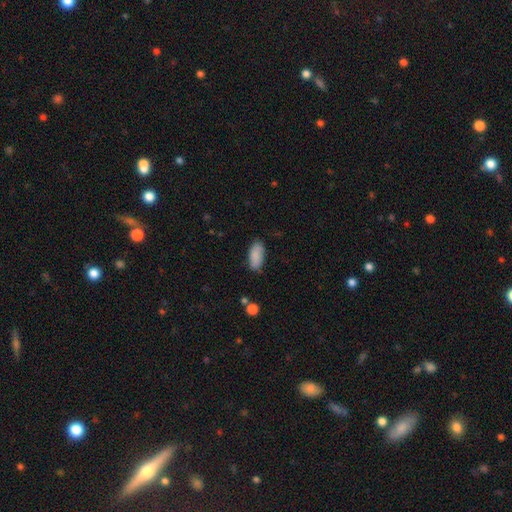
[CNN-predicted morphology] A smooth galaxy with no disk features (88%) that is in between round and cigar-shaped (90%). Merging: none (77%).